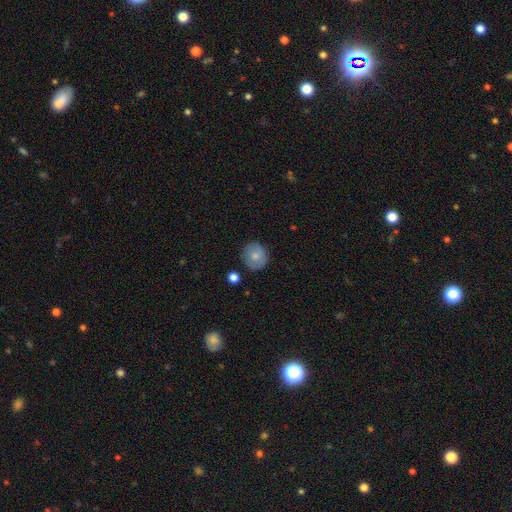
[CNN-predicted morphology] This is likely a smooth galaxy (73%). How rounded: clearly round (86%). Merging: clearly none (81%).